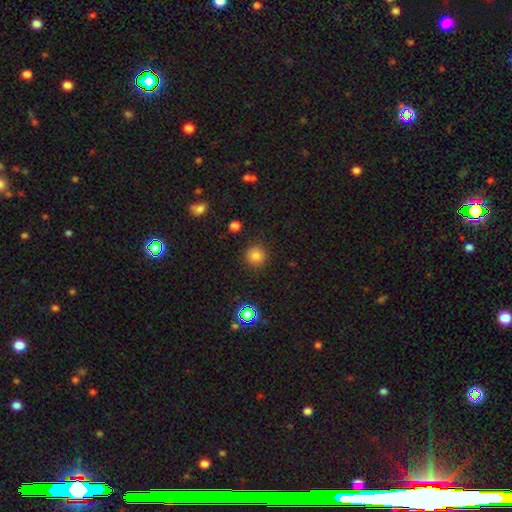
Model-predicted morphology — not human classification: Smooth or featured: smooth — 81% (star or artifact — 13%)
How rounded: round — 94% (in between — 5%)
Merging: none — 89% (minor disturbance — 7%)